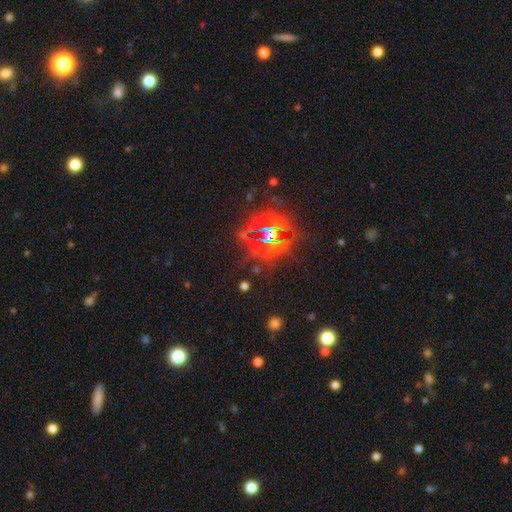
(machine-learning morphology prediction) smooth-or-featured: star or artifact: 79% | smooth: 13% | featured or disk: 8%